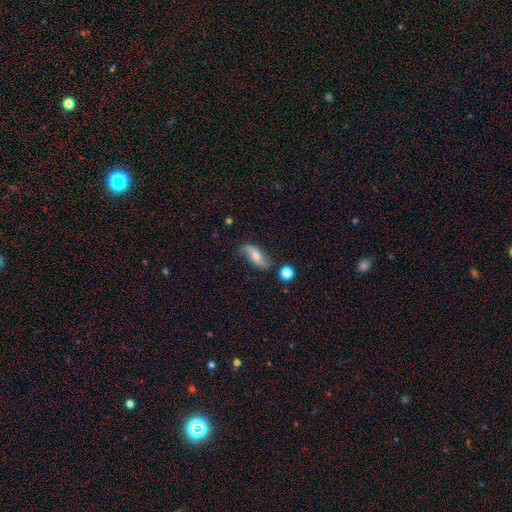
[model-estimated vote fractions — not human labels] smooth_or_featured: featured or disk (p=0.66) [alt: smooth p=0.27]
disk_edge_on: no (p=0.83) [alt: yes p=0.17]
bar: no (p=0.61) [alt: weak p=0.24]
has_spiral_arms: yes (p=0.86) [alt: no p=0.14]
bulge_size: moderate (p=0.59) [alt: small p=0.35]
merging: none (p=0.67) [alt: minor disturbance p=0.22]